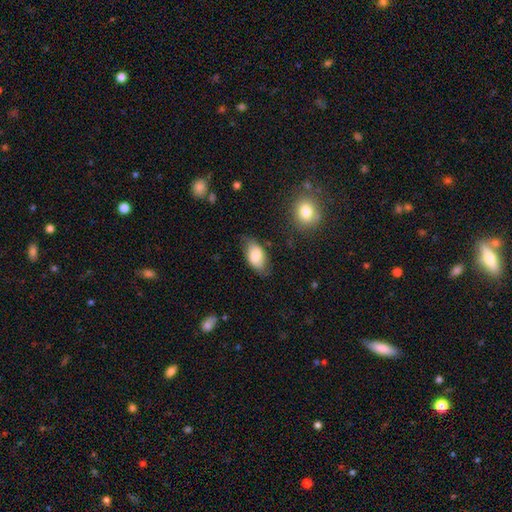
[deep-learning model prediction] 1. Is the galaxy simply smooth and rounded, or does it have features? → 74% smooth, 18% featured or disk, 7% star or artifact.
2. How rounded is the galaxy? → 92% in between, 5% round, 3% cigar-shaped.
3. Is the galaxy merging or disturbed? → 67% none, 25% minor disturbance, 6% major disturbance, 2% merger.